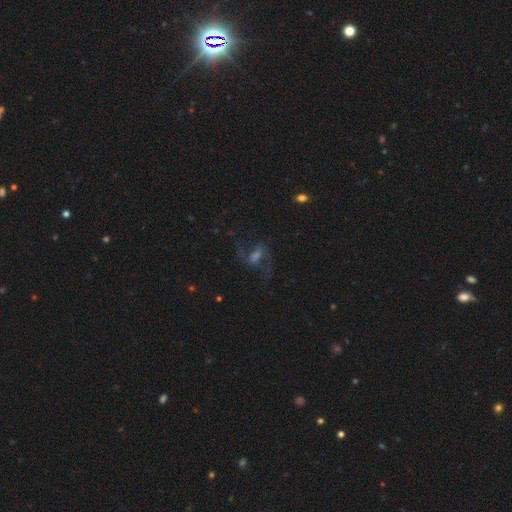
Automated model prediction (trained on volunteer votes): smooth-or-featured: featured or disk: 68% | star or artifact: 17% | smooth: 15%
  disk-edge-on: no: 95% | yes: 5%
    bar: weak: 48% | strong: 28% | no: 24%
    has-spiral-arms: yes: 89% | no: 11%
      spiral-winding: loose: 58% | medium: 35% | tight: 7%
      spiral-arm-count: 2: 85% | can't tell: 7% | 1: 3% | 3: 2% | 4: 1% | more than 4: 1%
    bulge-size: moderate: 36% | small: 27% | none: 20% | large: 14% | dominant: 3%
  merging: none: 62% | major disturbance: 21% | minor disturbance: 15% | merger: 2%